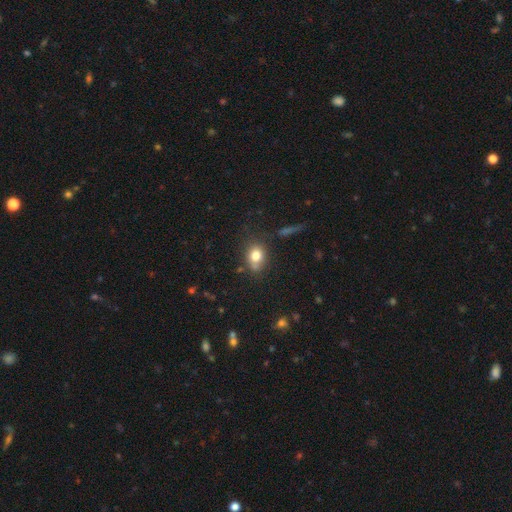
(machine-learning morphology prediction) smooth_or_featured: smooth (p=0.79) [alt: star or artifact p=0.11]
how_rounded: round (p=0.52) [alt: in between p=0.47]
merging: none (p=0.65) [alt: minor disturbance p=0.21]